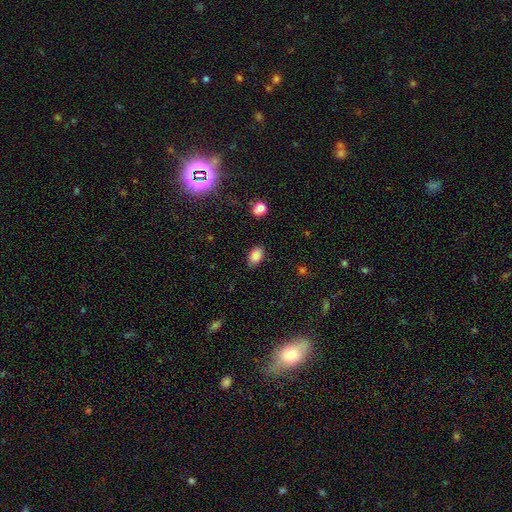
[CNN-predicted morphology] The model was most divided on "merging": none: 82%, minor disturbance: 13%, major disturbance: 3%, merger: 1%. More confident: smooth or featured — smooth (87%); how rounded — in between (87%).